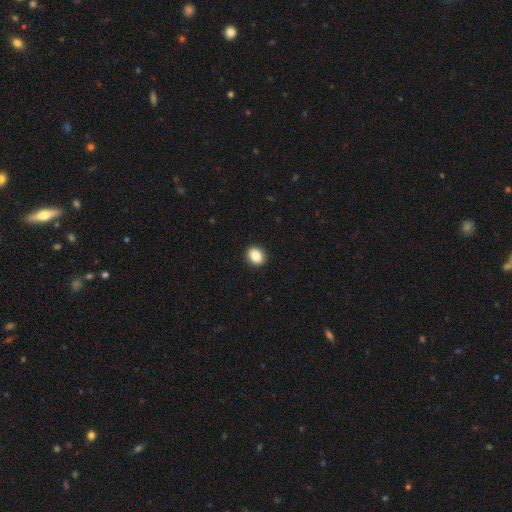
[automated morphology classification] The model was most divided on "how rounded": round: 54%, in between: 45%, cigar-shaped: 1%. More confident: merging — none (92%); smooth or featured — smooth (86%).